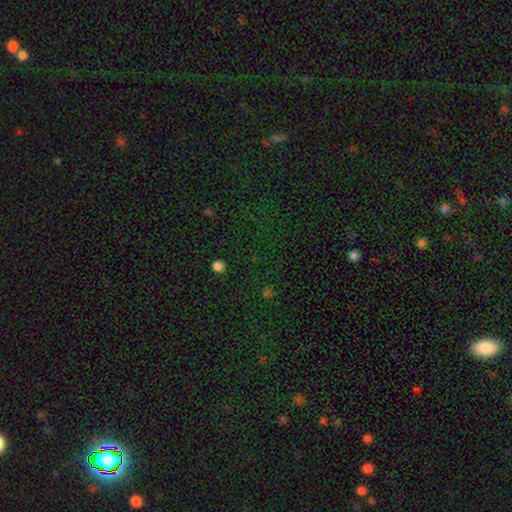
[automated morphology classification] Smooth or featured: star or artifact — 73% (smooth — 18%)